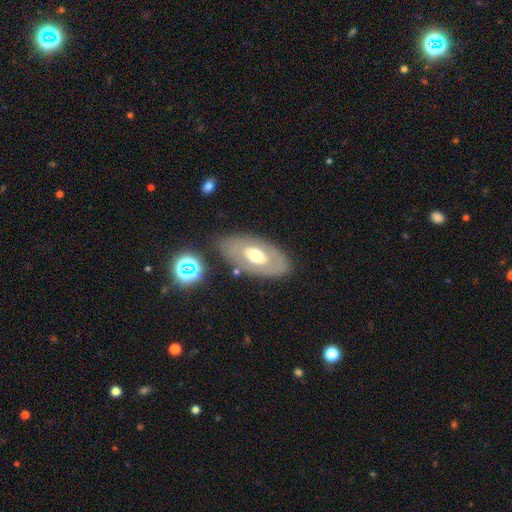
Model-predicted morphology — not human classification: Smooth or featured? Predicted: featured or disk (p=0.48). Merging? Predicted: none (p=0.76).